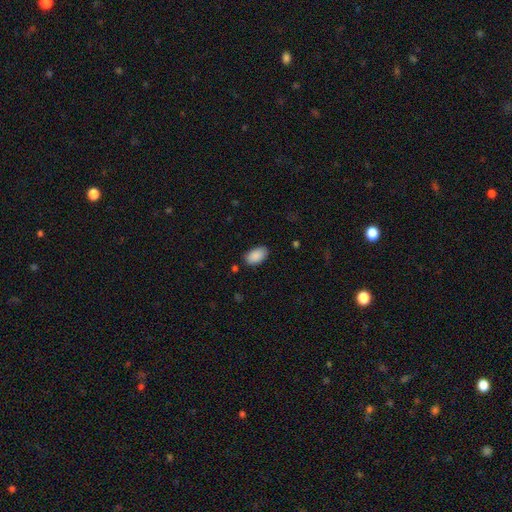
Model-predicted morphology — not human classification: This is clearly a smooth galaxy (90%). How rounded: clearly in between (94%). Merging: clearly none (85%).